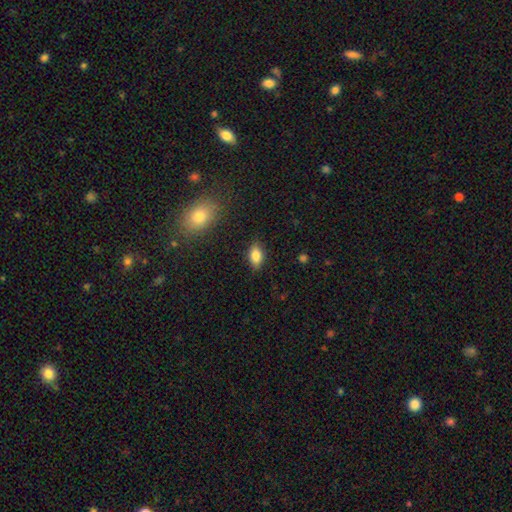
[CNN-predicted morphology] This is likely a smooth galaxy (80%). How rounded: clearly in between (87%). Merging: clearly none (84%).